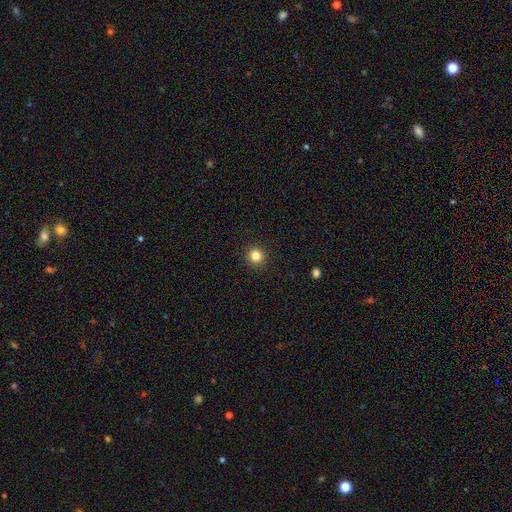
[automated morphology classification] smooth 83%, star or artifact 12%, featured or disk 4%. Down the decision tree: how rounded — round (95%); merging — none (94%).